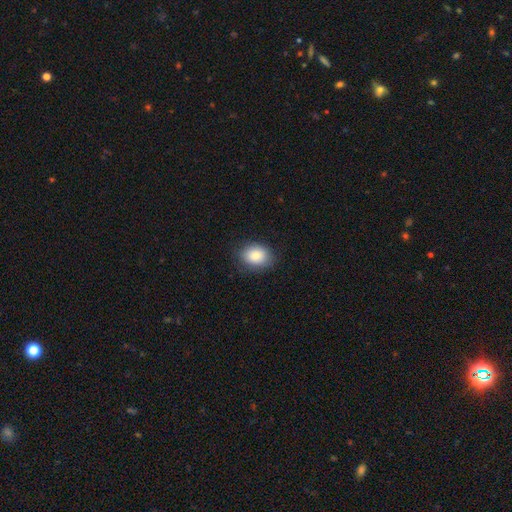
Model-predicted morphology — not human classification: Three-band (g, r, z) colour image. It shows a smooth galaxy with no disk features (85%) that is in between round and cigar-shaped (58%). Merging: none (84%).